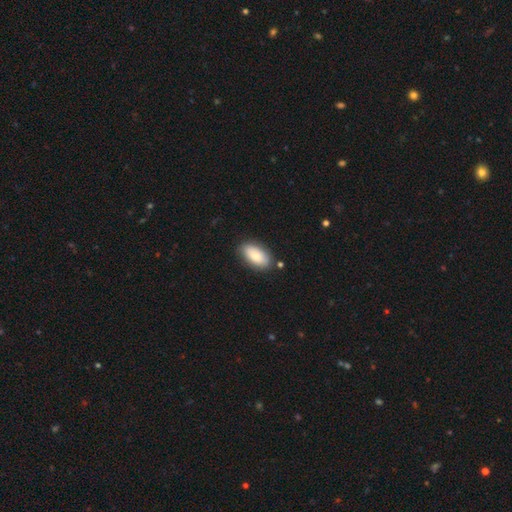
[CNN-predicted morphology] smooth 80%, featured or disk 13%, star or artifact 6%. Down the decision tree: how rounded — in between (93%); merging — none (82%).